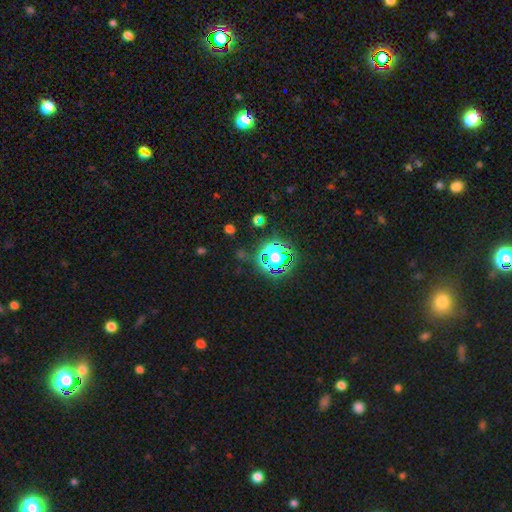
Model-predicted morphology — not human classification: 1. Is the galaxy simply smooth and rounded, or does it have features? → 69% star or artifact, 22% smooth, 9% featured or disk.